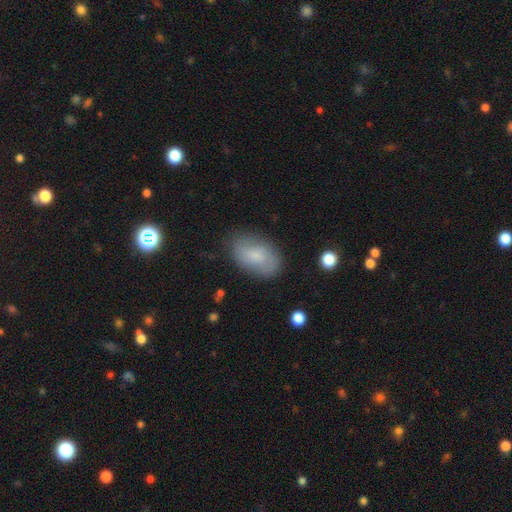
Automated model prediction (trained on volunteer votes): A smooth galaxy with no disk features (69%) that is in between round and cigar-shaped (92%). Merging: none (79%).